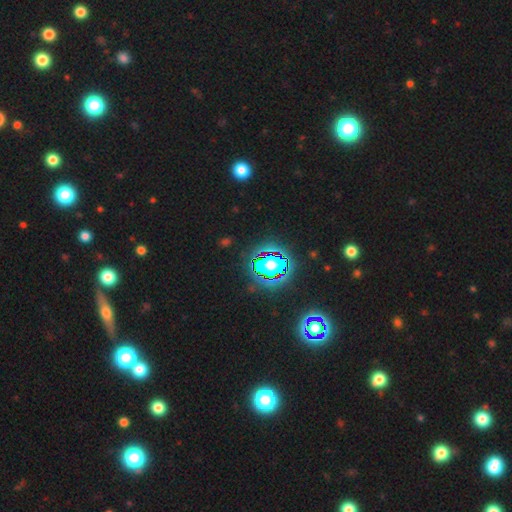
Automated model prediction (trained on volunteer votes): smooth-or-featured: star or artifact: 78% | smooth: 14% | featured or disk: 8%